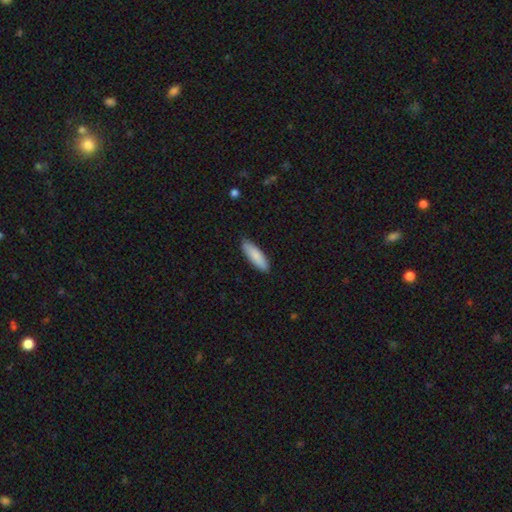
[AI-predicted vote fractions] Morphology: type=smooth (87%); roundness=cigar-shaped (51%); merging=none (88%).